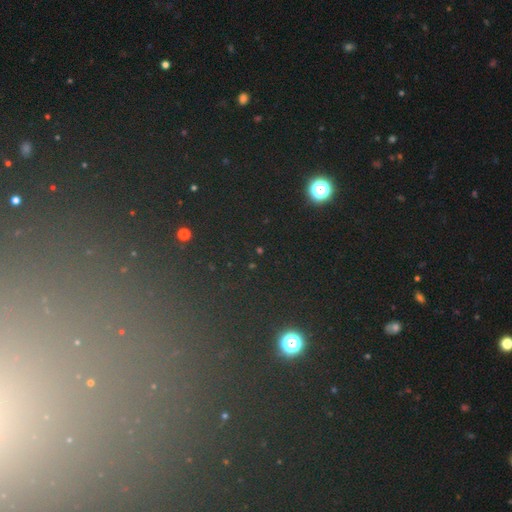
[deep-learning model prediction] This is likely a star or artifact rather than a galaxy (71%).